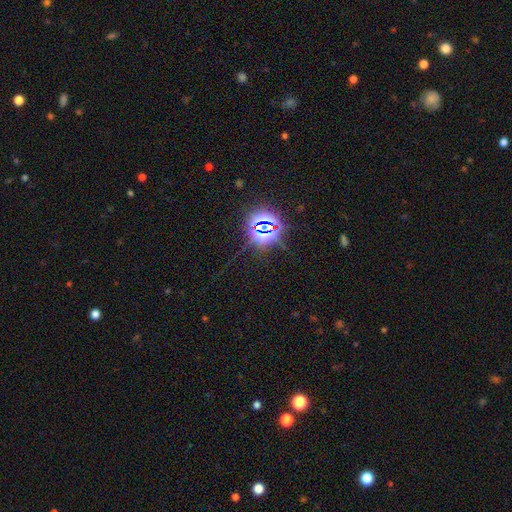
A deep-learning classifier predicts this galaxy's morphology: Q: Smooth or featured?
A: star or artifact (80%); runner-up: smooth (14%)